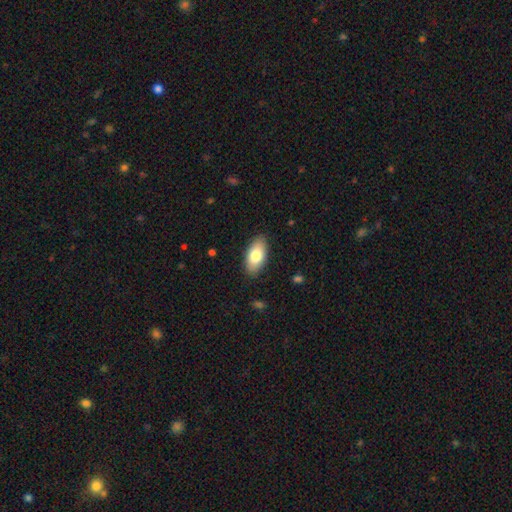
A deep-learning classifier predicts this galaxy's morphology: smooth 80%, featured or disk 14%, star or artifact 6%. Down the decision tree: how rounded — in between (93%); merging — none (87%).